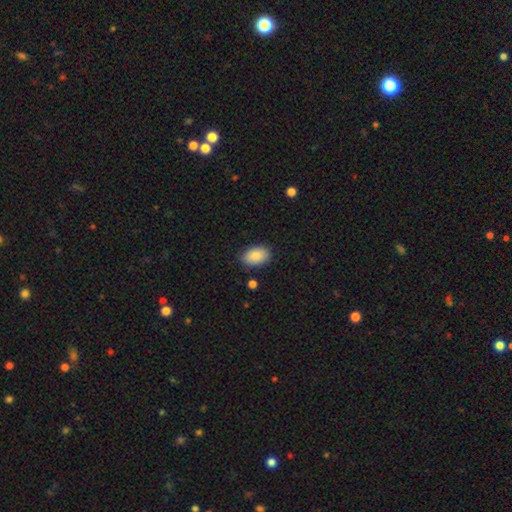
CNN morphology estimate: Smooth or featured? Predicted: smooth (p=0.88). How rounded? Predicted: in between (p=0.91). Merging? Predicted: none (p=0.84).